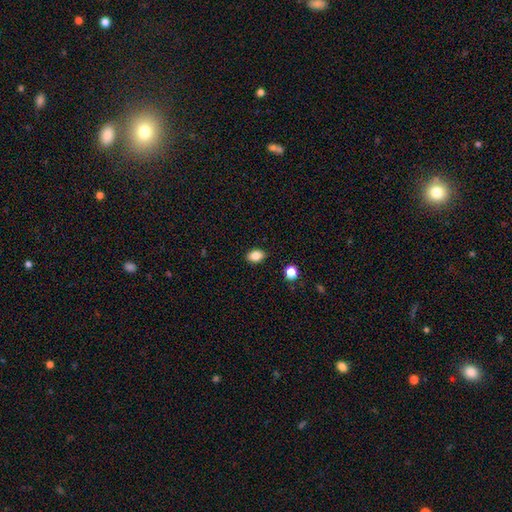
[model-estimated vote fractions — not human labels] Overall: smooth (85%). How rounded: in between (80%). Merging: none (88%).